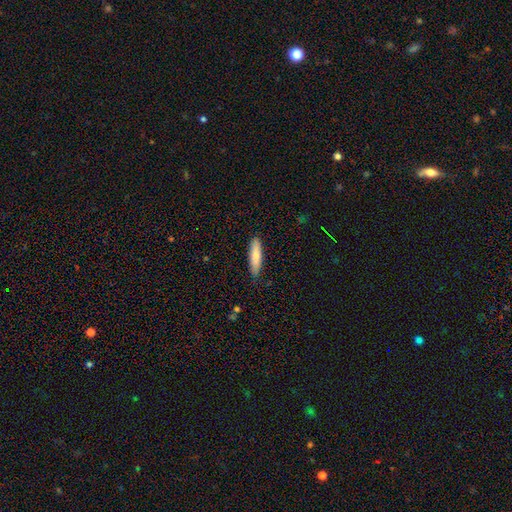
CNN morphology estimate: type=smooth (77%); roundness=cigar-shaped (76%); merging=none (85%).